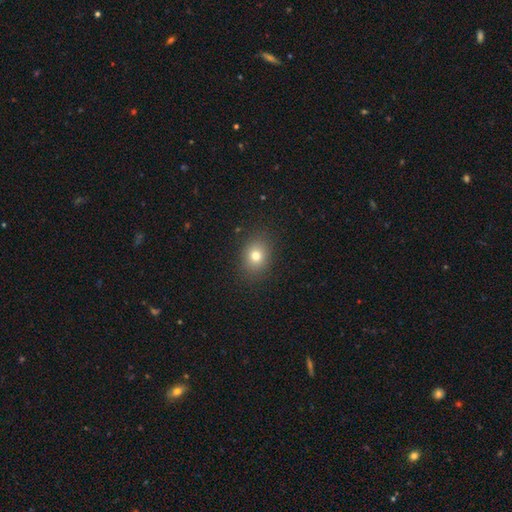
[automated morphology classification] type=smooth (77%); roundness=round (53%); merging=none (87%).